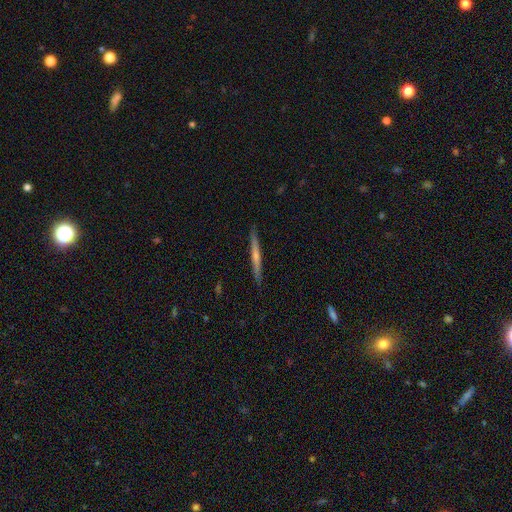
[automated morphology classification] featured or disk 68%, smooth 23%, star or artifact 9%. Down the decision tree: edge-on disk — yes (97%); edge-on bulge — rounded (67%); merging — none (90%).